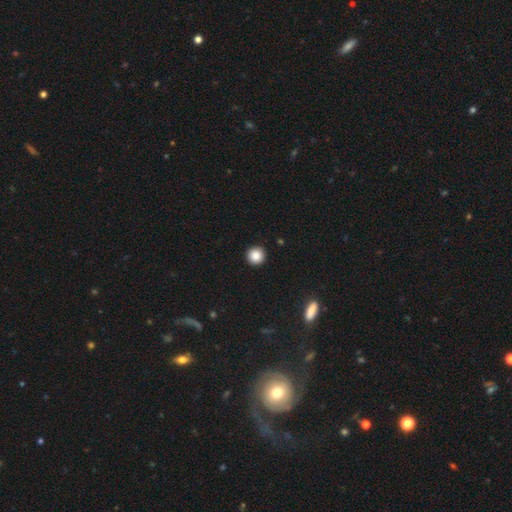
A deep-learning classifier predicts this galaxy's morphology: type=smooth (87%); roundness=round (95%); merging=none (93%).